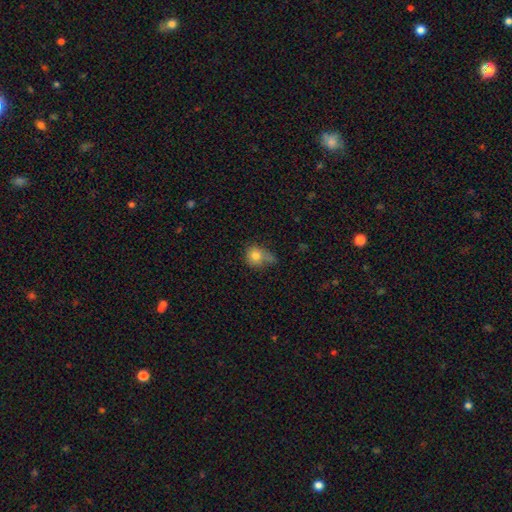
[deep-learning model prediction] smooth-or-featured: smooth: 79% | featured or disk: 11% | star or artifact: 10%
  how-rounded: round: 77% | in between: 22% | cigar-shaped: 1%
  merging: none: 39% | minor disturbance: 30% | major disturbance: 18% | merger: 14%